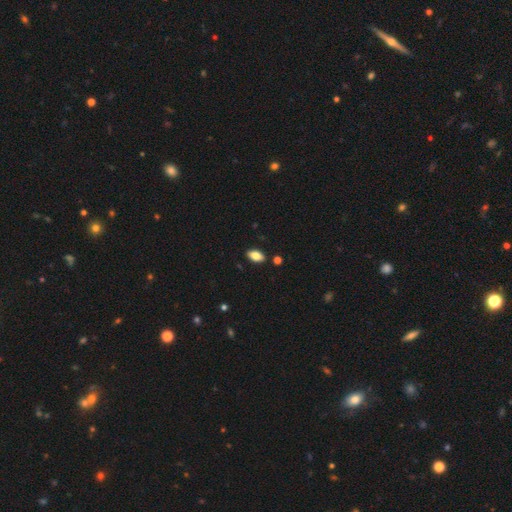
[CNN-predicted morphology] type=smooth (82%); roundness=in between (93%); merging=none (87%).